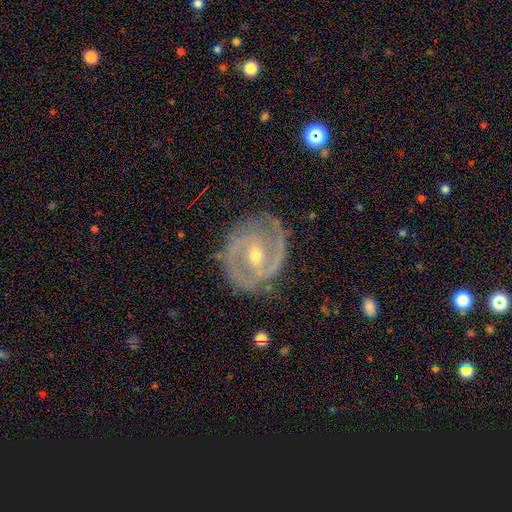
Smooth or featured: featured or disk — 87% (smooth — 8%)
Edge-on disk: no — 94% (yes — 6%)
Bar: weak — 44% (strong — 38%)
Spiral arms: yes — 97% (no — 3%)
Spiral winding: tight — 45% (tied with medium — 45%)
Spiral arm count: 2 — 81% (1 — 13%)
Bulge size: moderate — 50% (tied with small — 50%)
Merging: none — 76% (minor disturbance — 14%)